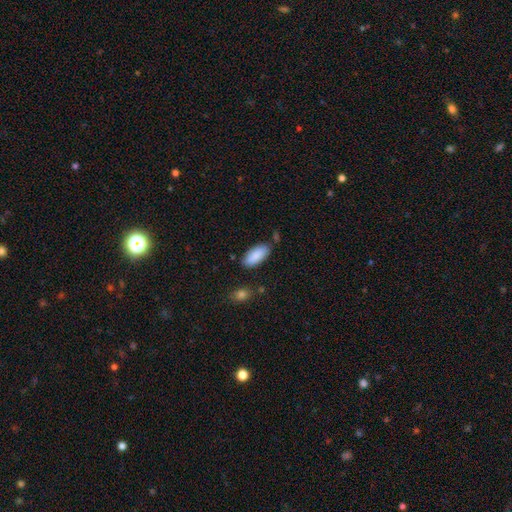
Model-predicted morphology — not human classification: smooth_or_featured: smooth (p=0.89) [alt: star or artifact p=0.06]
how_rounded: in between (p=0.88) [alt: cigar-shaped p=0.10]
merging: none (p=0.78) [alt: minor disturbance p=0.15]